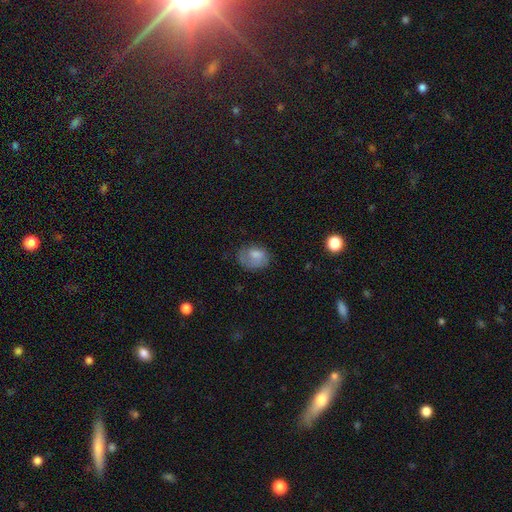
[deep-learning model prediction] Morphology: type=smooth (68%); roundness=in between (66%); merging=none (46%).